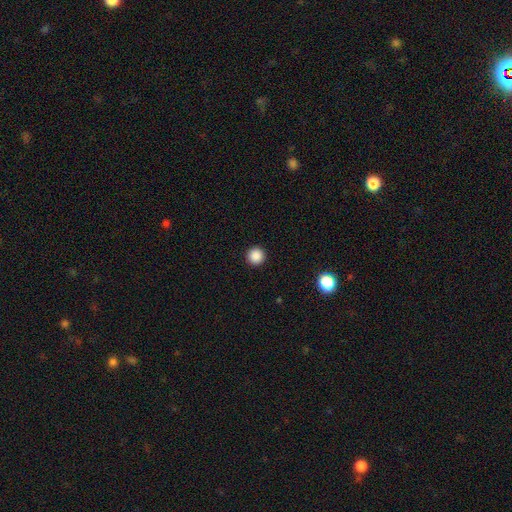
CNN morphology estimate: Smooth or featured? smooth (88%)
How rounded? round (96%)
Merging? none (94%)